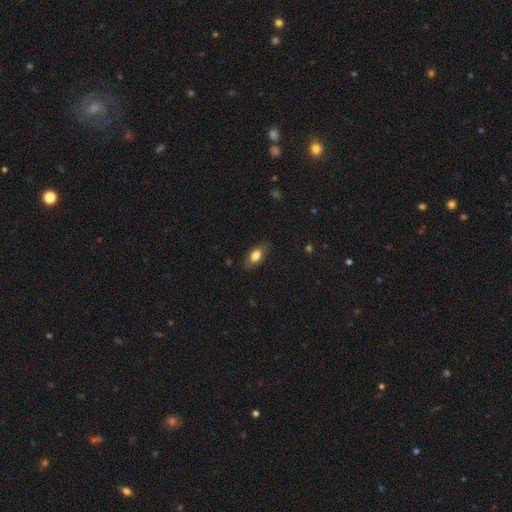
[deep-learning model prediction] Q: Smooth or featured?
A: smooth (78%); runner-up: featured or disk (14%)
Q: How rounded?
A: in between (86%); runner-up: cigar-shaped (10%)
Q: Merging?
A: none (82%); runner-up: minor disturbance (14%)